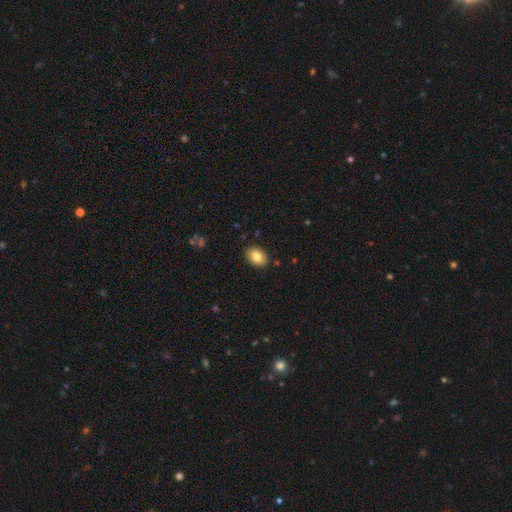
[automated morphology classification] Smooth or featured? smooth (83%)
How rounded? in between (79%)
Merging? none (89%)